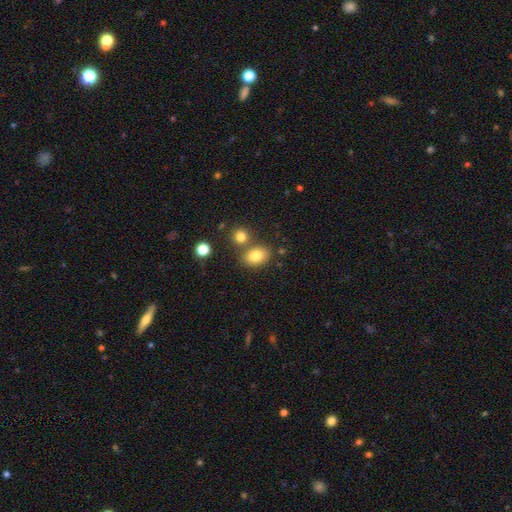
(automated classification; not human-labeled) This appears to be a smooth galaxy with no disk features (80%) that is in between round and cigar-shaped (73%). Merging: none (68%).